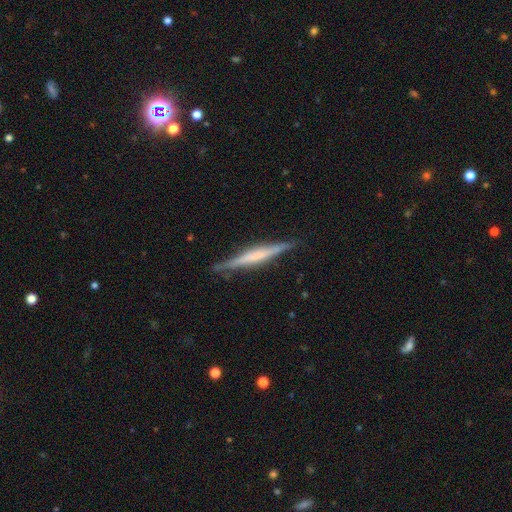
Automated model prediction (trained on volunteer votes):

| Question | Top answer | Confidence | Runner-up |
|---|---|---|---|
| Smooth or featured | featured or disk | 65% | smooth (29%) |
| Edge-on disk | yes | 97% | no (3%) |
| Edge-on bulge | none | 37% | boxy (33%) |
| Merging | none | 87% | minor disturbance (9%) |